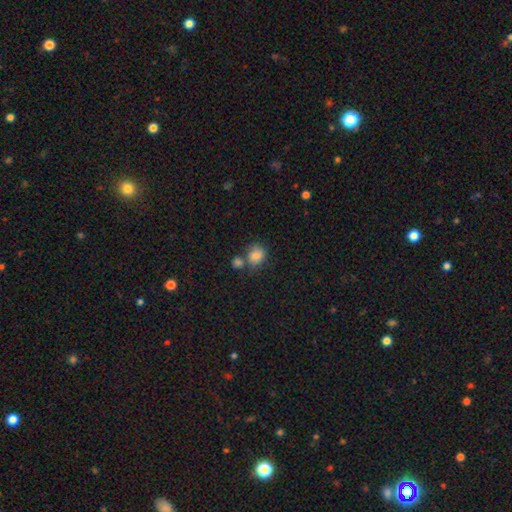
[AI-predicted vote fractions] This appears to be a smooth galaxy with no disk features (85%) that is round (63%). Merging: none (50%).